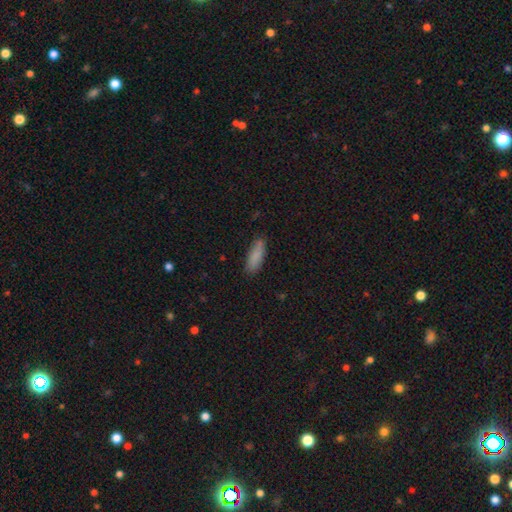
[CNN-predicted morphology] A smooth galaxy with no disk features (85%) that is in between round and cigar-shaped (56%). Merging: none (77%).